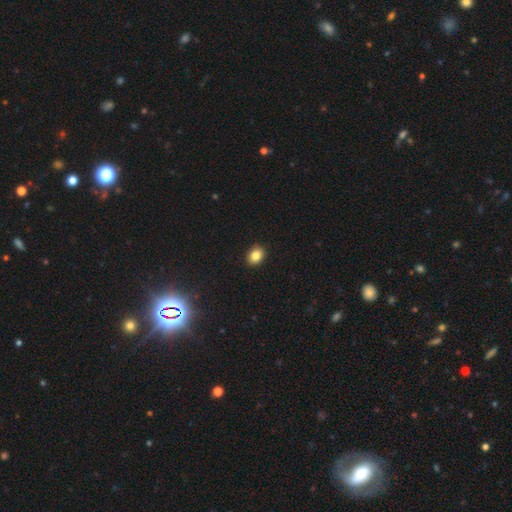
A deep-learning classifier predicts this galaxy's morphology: smooth-or-featured: smooth: 84% | star or artifact: 10% | featured or disk: 6%
  how-rounded: in between: 55% | round: 44% | cigar-shaped: 1%
  merging: none: 91% | minor disturbance: 7% | major disturbance: 2% | merger: 1%